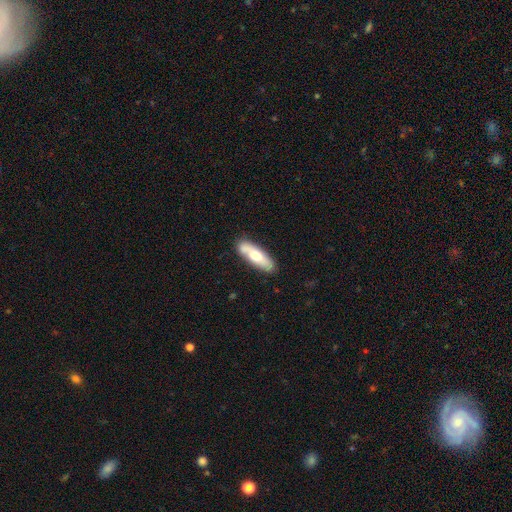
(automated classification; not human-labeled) Smooth or featured? Predicted: smooth (p=0.62). How rounded? Predicted: cigar-shaped (p=0.51). Merging? Predicted: none (p=0.77).